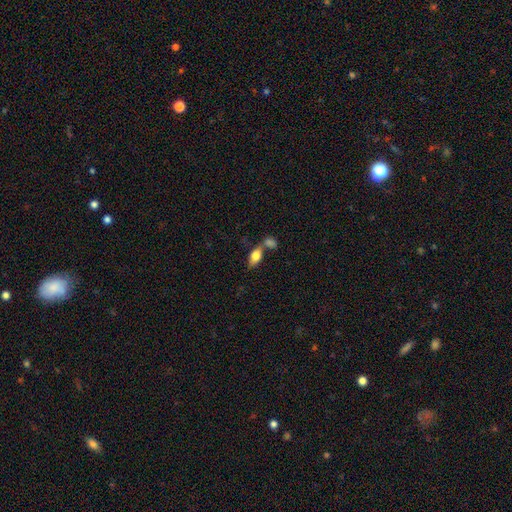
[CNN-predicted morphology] Smooth or featured? smooth (70%)
How rounded? in between (83%)
Merging? none (46%)